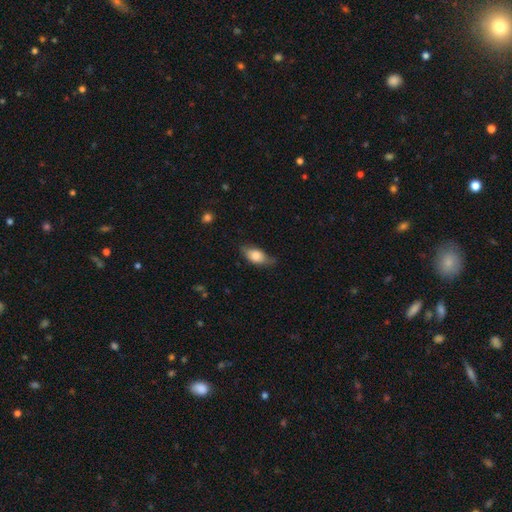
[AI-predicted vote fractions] smooth_or_featured: smooth (p=0.77) [alt: featured or disk p=0.16]
how_rounded: in between (p=0.88) [alt: cigar-shaped p=0.07]
merging: none (p=0.65) [alt: minor disturbance p=0.28]